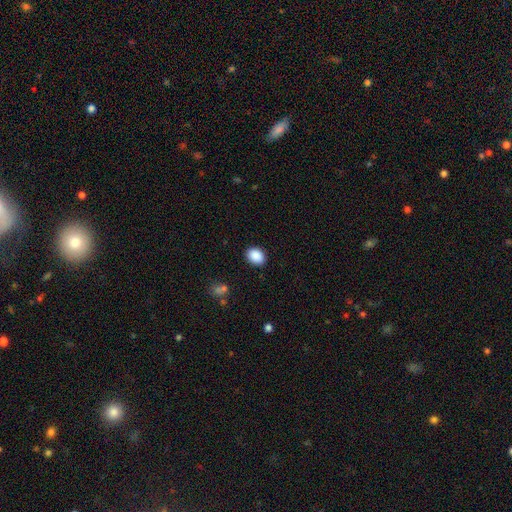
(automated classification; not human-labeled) Smooth or featured? Predicted: smooth (p=0.89). How rounded? Predicted: in between (p=0.63). Merging? Predicted: none (p=0.88).